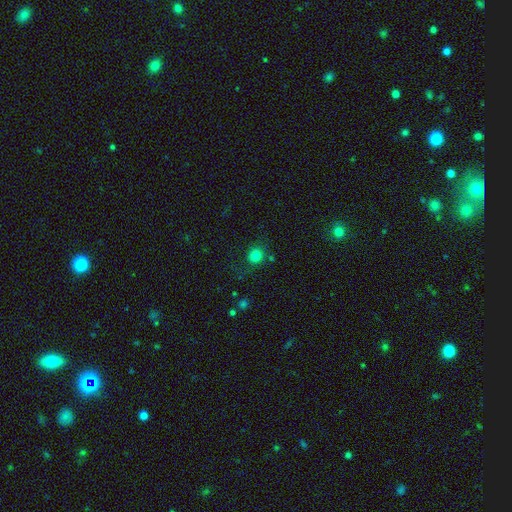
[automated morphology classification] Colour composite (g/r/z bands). It shows a smooth galaxy with no disk features (80%) that is round (86%). Merging: none (78%).